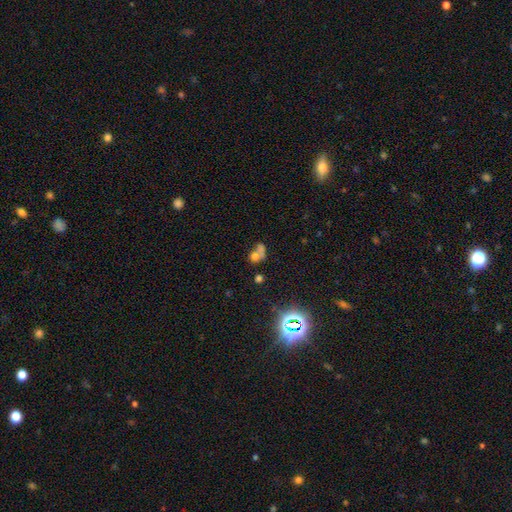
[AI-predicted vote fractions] Q: Smooth or featured?
A: smooth (60%); runner-up: featured or disk (20%)
Q: How rounded?
A: round (53%); runner-up: in between (44%)
Q: Merging?
A: merger (53%); runner-up: none (25%)